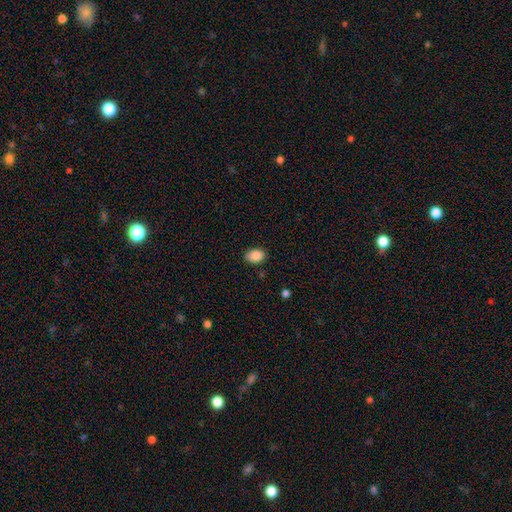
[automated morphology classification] Smooth or featured? Predicted: smooth (p=0.88). How rounded? Predicted: in between (p=0.79). Merging? Predicted: none (p=0.85).